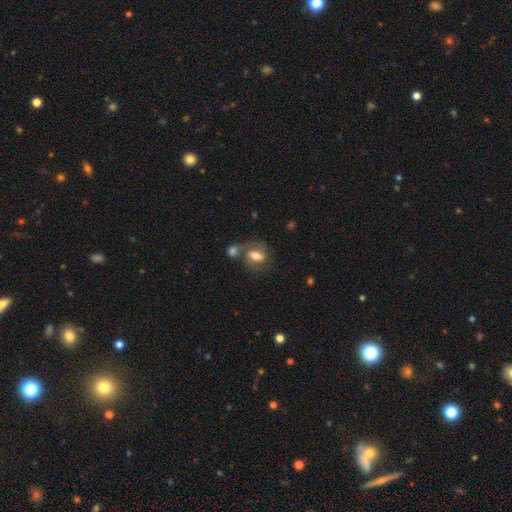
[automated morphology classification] The model was most divided on "merging": merger: 42%, none: 35%, minor disturbance: 13%, major disturbance: 9%. More confident: how rounded — in between (71%); smooth or featured — smooth (57%).